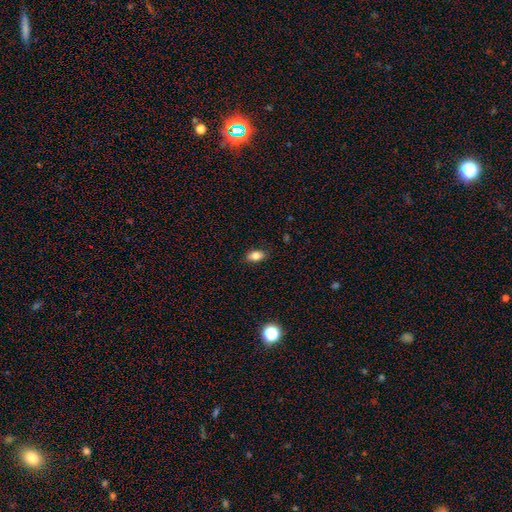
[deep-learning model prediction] This appears to be a smooth galaxy with no disk features (82%) that is in between round and cigar-shaped (87%). Merging: none (84%).